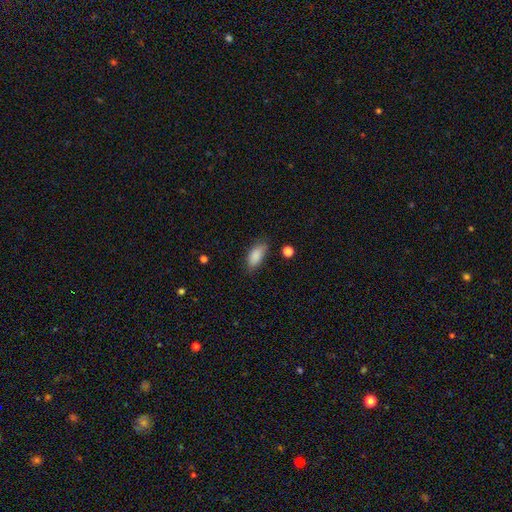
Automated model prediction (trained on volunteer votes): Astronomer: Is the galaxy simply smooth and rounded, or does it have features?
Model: smooth — 87%.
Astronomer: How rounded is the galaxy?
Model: in between — 89%.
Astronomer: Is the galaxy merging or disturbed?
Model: none — 73%.